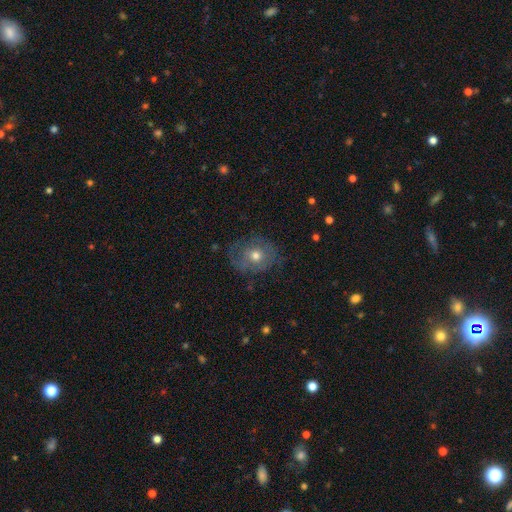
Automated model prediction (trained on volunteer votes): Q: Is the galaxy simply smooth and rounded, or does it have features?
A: smooth — 52%.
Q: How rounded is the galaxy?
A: round — 61%.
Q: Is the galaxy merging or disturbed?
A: none — 63%.